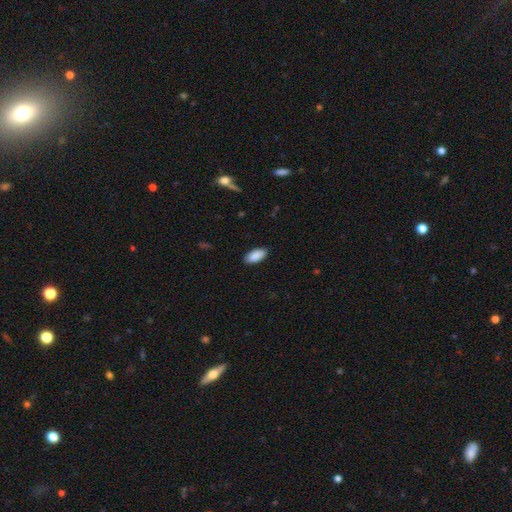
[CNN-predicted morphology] The model was most divided on "merging": none: 89%, minor disturbance: 9%, major disturbance: 2%, merger: 1%. More confident: how rounded — in between (92%); smooth or featured — smooth (90%).